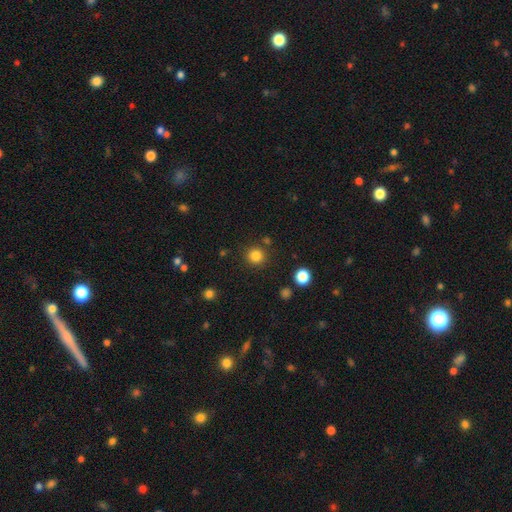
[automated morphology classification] type=smooth (83%); roundness=round (93%); merging=none (87%).